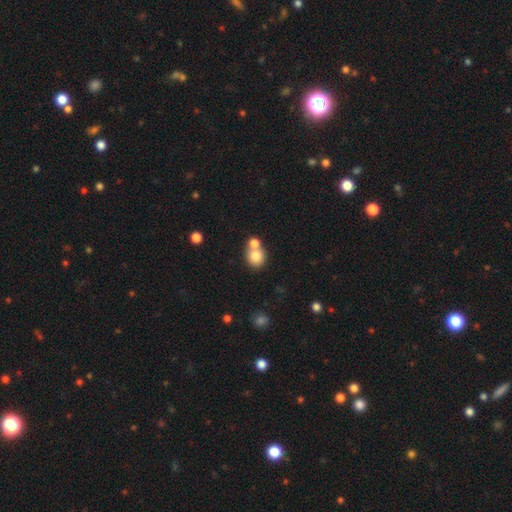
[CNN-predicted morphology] type=smooth (80%); roundness=round (80%); merging=merger (46%).